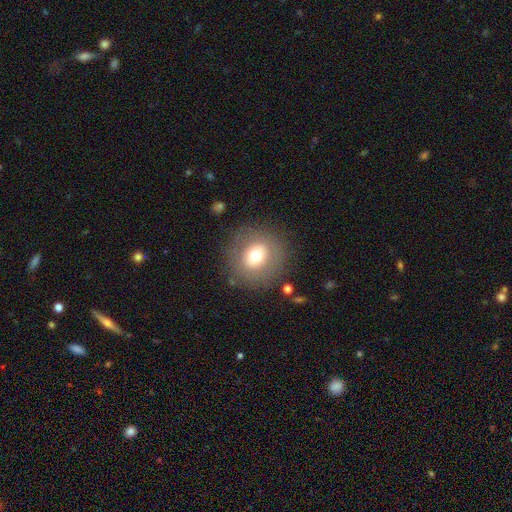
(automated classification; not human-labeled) A smooth galaxy with no disk features (67%) that is round (89%). Merging: none (84%).